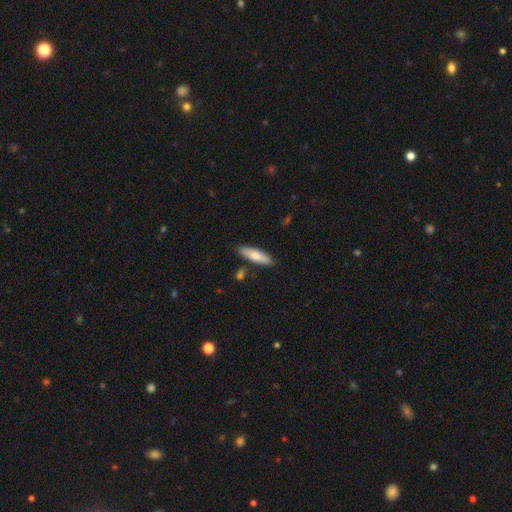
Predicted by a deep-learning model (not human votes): Smooth or featured? smooth (70%)
How rounded? cigar-shaped (67%)
Merging? none (84%)